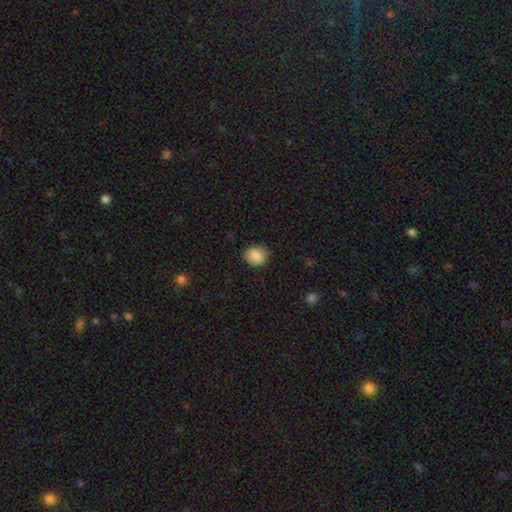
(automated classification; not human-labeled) Smooth or featured: smooth — 86% (star or artifact — 9%)
How rounded: round — 67% (in between — 32%)
Merging: none — 80% (minor disturbance — 15%)